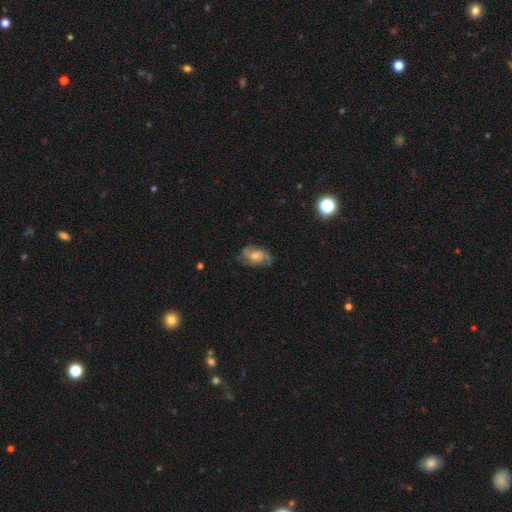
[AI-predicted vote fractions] Smooth or featured? featured or disk (71%)
Edge-on disk? no (96%)
Bar? no (61%)
Spiral arms? yes (92%)
Spiral winding? medium (47%)
Spiral arm count? 2 (45%)
Bulge size? moderate (51%)
Merging? none (66%)